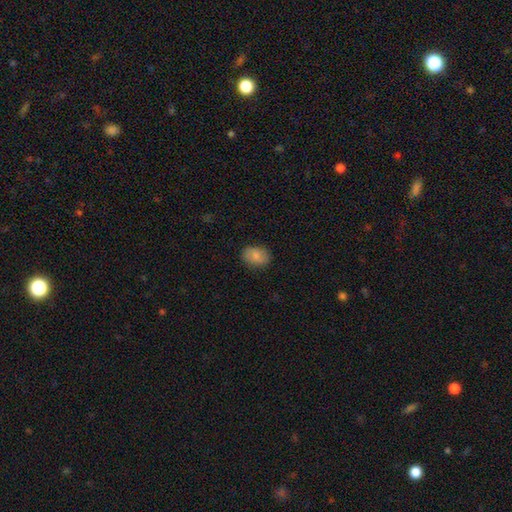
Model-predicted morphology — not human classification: Overall: smooth (82%). How rounded: in between (70%). Merging: none (86%).